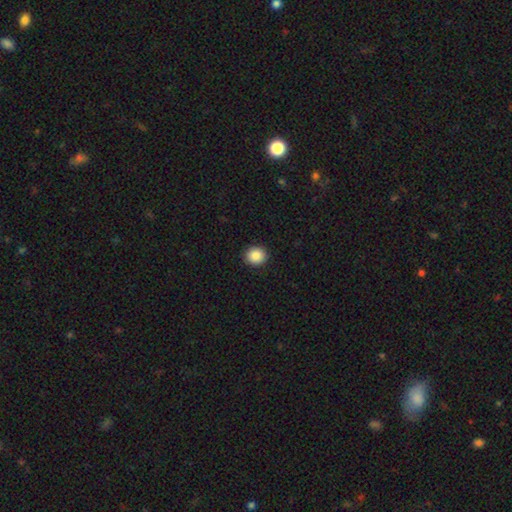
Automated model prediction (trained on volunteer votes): Morphology: type=smooth (88%); roundness=round (83%); merging=none (92%).